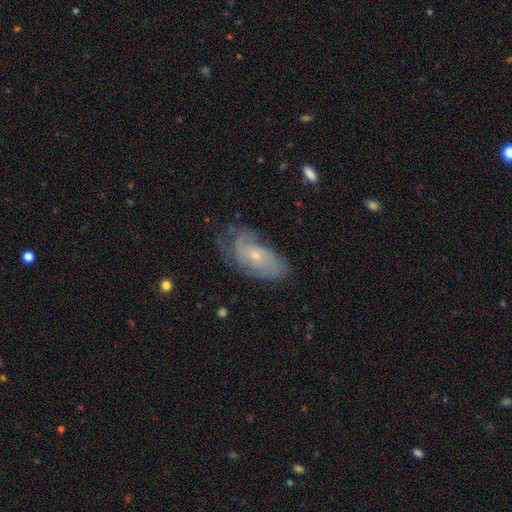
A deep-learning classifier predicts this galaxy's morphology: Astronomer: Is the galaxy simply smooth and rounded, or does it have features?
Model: featured or disk — 68%.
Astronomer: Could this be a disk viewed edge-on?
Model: no — 93%.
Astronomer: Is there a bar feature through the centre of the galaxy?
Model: no — 75%.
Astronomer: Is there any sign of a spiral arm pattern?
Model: yes — 84%.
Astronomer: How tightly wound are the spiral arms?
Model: tight — 48% (runner-up: medium, 36%).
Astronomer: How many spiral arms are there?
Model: can't tell — 42% (runner-up: 2, 33%).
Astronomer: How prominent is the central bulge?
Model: small — 69%.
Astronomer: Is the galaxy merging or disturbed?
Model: none — 53% (runner-up: minor disturbance, 30%).